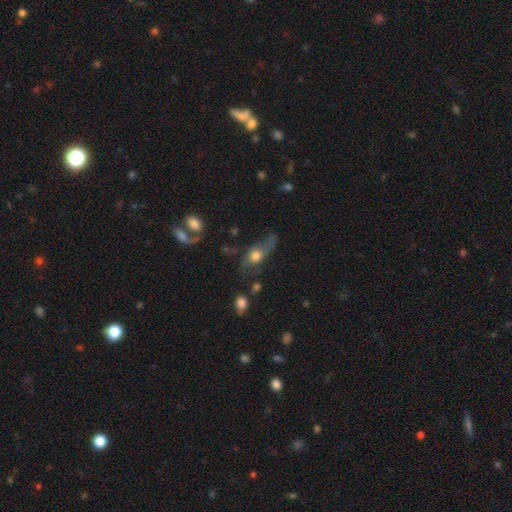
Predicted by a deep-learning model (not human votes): A smooth galaxy with no disk features (48%). Merging: none (43%).